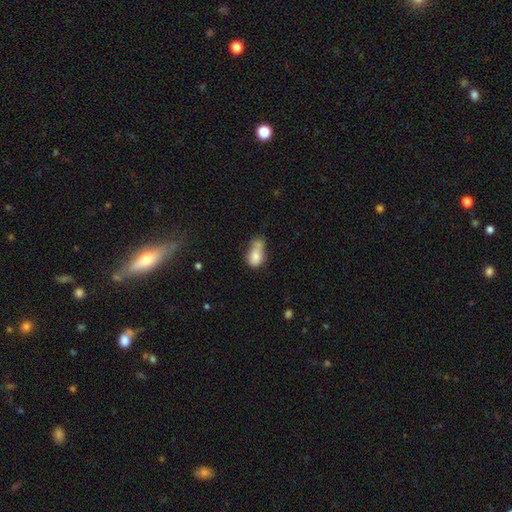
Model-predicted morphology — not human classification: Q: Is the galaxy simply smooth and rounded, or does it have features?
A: smooth — 75%.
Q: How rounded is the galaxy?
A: in between — 81%.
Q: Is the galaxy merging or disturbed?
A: merger — 31%.